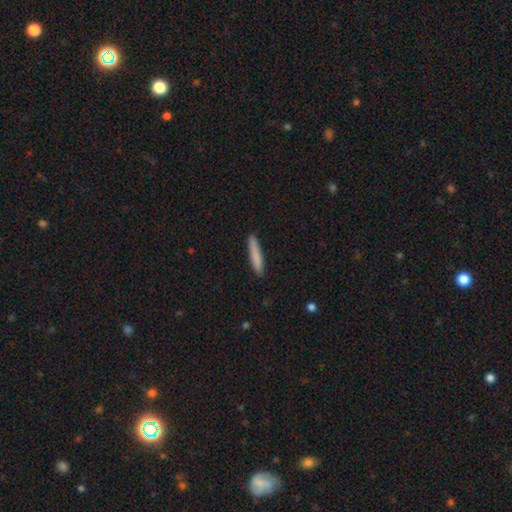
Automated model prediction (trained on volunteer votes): Smooth or featured? Predicted: smooth (p=0.83). How rounded? Predicted: cigar-shaped (p=0.92). Merging? Predicted: none (p=0.89).